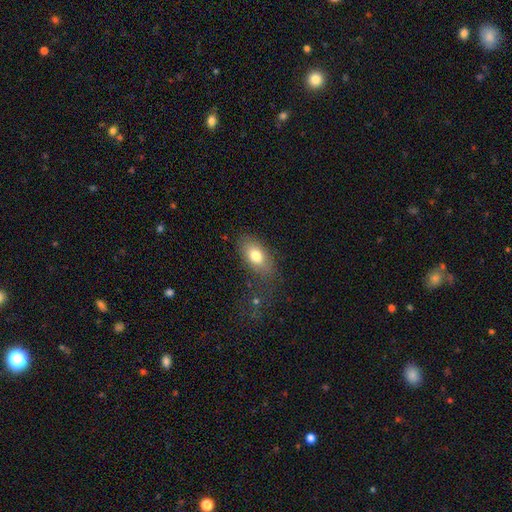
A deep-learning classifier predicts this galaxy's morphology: This appears to be a smooth galaxy with no disk features (76%) that is in between round and cigar-shaped (89%). Merging: none (70%).